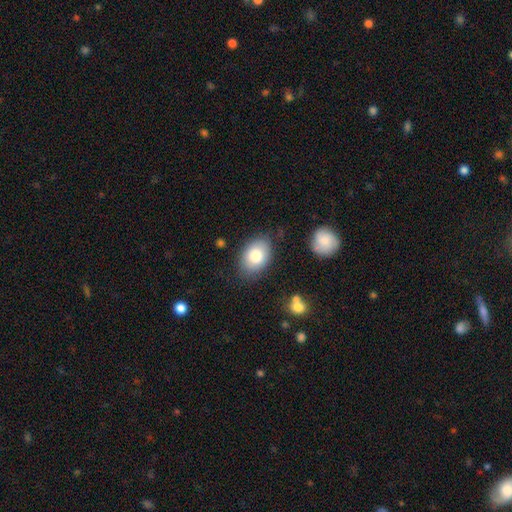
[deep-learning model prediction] Morphology: type=smooth (81%); roundness=in between (80%); merging=none (78%).